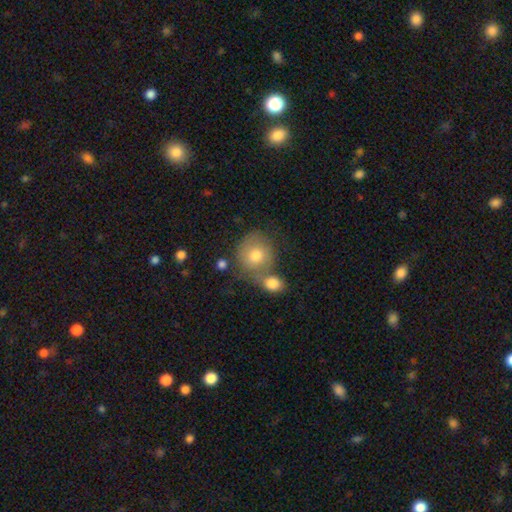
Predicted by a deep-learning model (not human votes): smooth_or_featured: smooth (p=0.73) [alt: featured or disk p=0.18]
how_rounded: round (p=0.84) [alt: in between p=0.15]
merging: none (p=0.47) [alt: merger p=0.34]